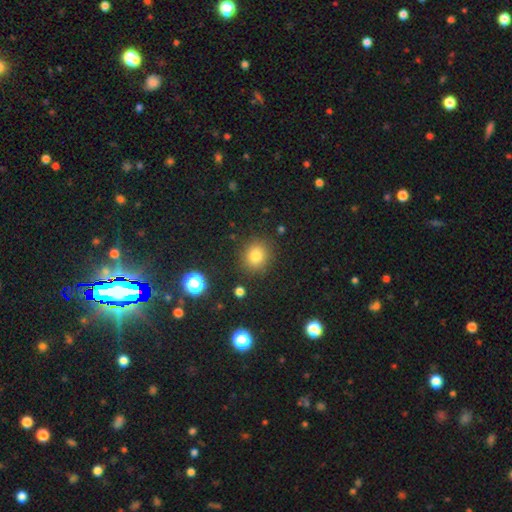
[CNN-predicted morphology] Smooth or featured? Predicted: smooth (p=0.80). How rounded? Predicted: round (p=0.80). Merging? Predicted: none (p=0.87).